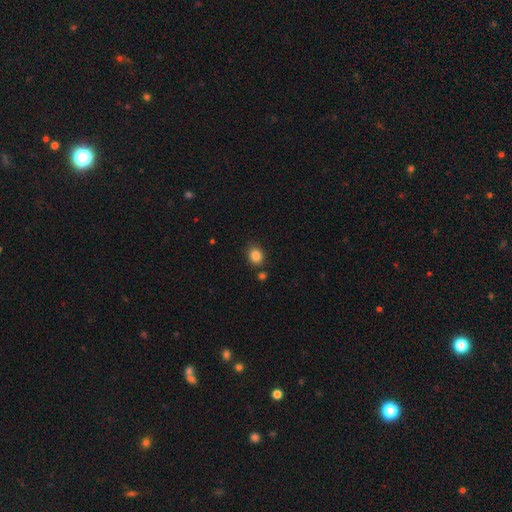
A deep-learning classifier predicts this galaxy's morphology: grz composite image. It shows a smooth galaxy with no disk features (85%) that is round (58%). Merging: none (80%).